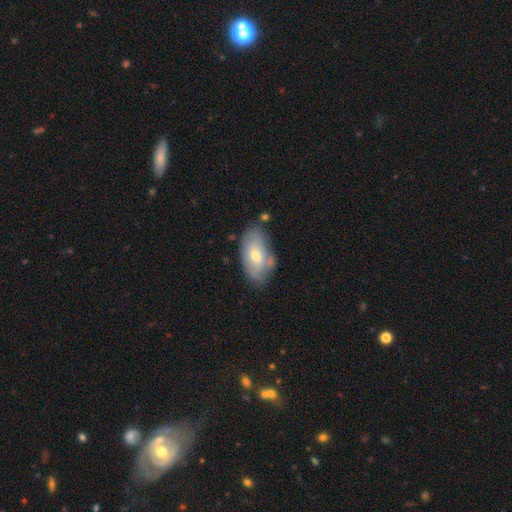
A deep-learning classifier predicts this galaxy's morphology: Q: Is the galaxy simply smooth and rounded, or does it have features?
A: smooth — 50%.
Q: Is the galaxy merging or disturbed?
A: none — 64%.